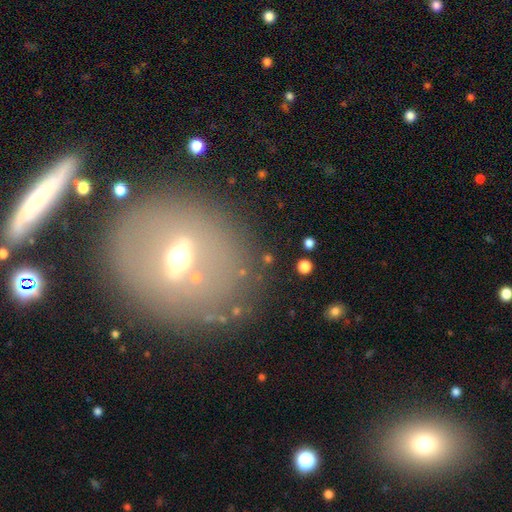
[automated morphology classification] The model was most divided on "smooth or featured": featured or disk: 45%, smooth: 32%, star or artifact: 23%. More confident: merging — none (76%).